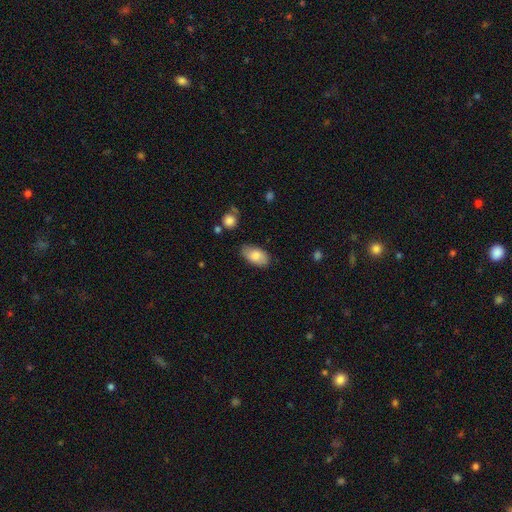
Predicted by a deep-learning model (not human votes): Morphology: type=smooth (81%); roundness=in between (94%); merging=none (78%).